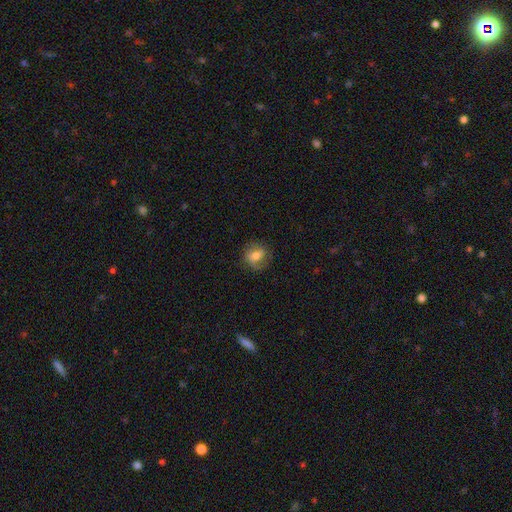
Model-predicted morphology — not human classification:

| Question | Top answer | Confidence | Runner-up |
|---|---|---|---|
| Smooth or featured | smooth | 54% | featured or disk (37%) |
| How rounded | round | 63% | in between (35%) |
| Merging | none | 71% | minor disturbance (19%) |